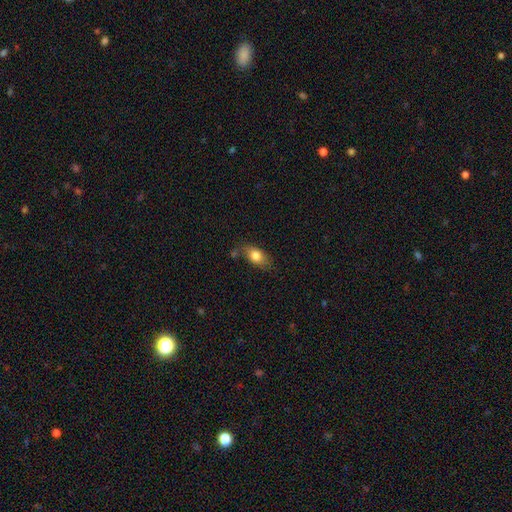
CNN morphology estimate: Smooth or featured? smooth (79%)
How rounded? in between (84%)
Merging? none (66%)